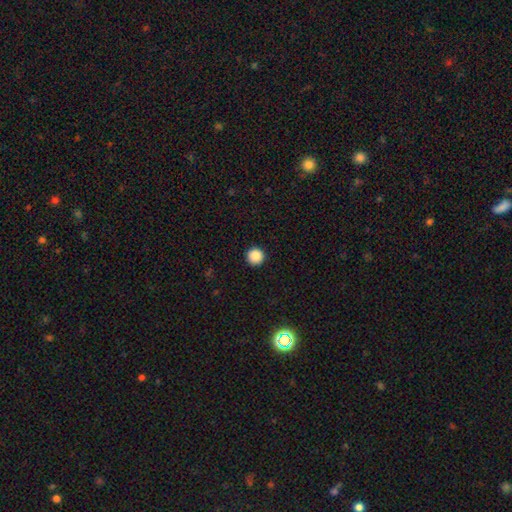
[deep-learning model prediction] Q: Smooth or featured?
A: smooth (88%); runner-up: star or artifact (9%)
Q: How rounded?
A: round (96%); runner-up: in between (3%)
Q: Merging?
A: none (93%); runner-up: minor disturbance (4%)